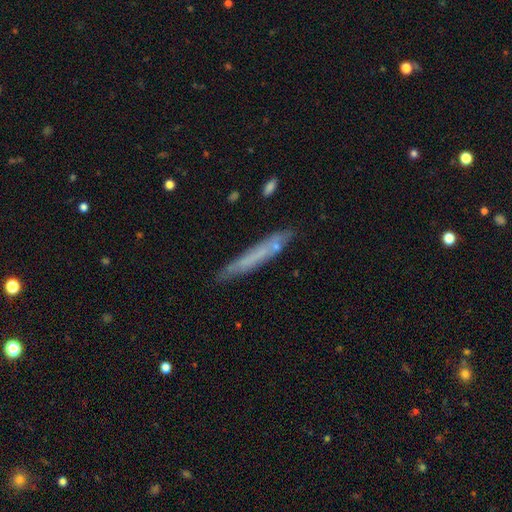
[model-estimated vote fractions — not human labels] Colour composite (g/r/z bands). It shows a smooth galaxy with no disk features (54%) that is cigar-shaped (95%). Merging: none (77%).